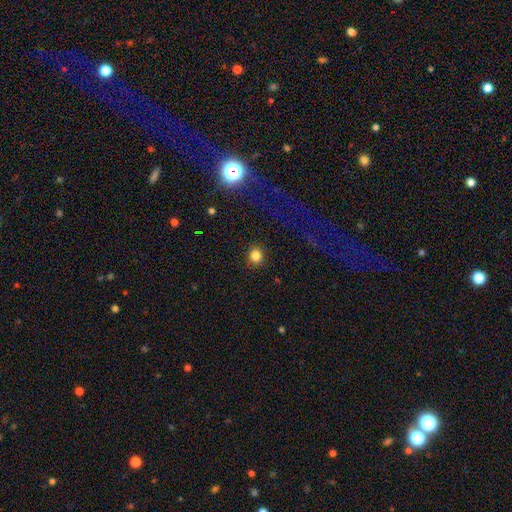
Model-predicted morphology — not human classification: Q: Smooth or featured?
A: smooth (82%); runner-up: star or artifact (13%)
Q: How rounded?
A: round (89%); runner-up: in between (10%)
Q: Merging?
A: none (91%); runner-up: minor disturbance (6%)